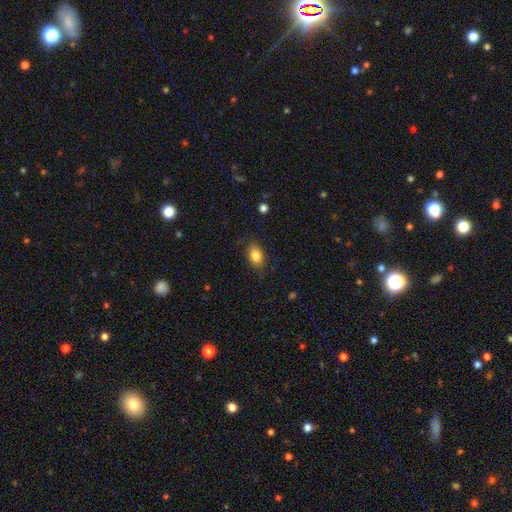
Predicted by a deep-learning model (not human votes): This appears to be a smooth galaxy with no disk features (84%) that is in between round and cigar-shaped (83%). Merging: none (82%).